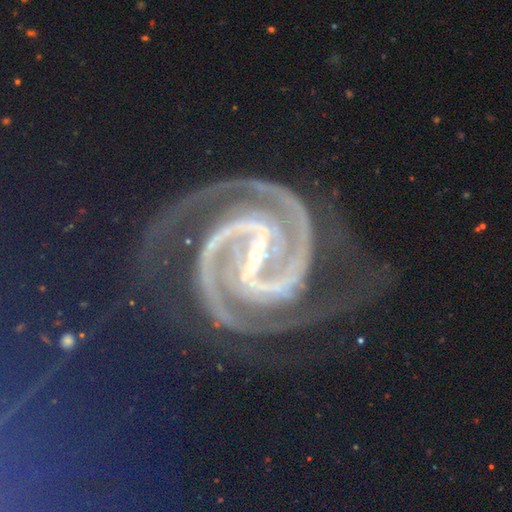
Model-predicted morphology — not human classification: Smooth or featured? featured or disk (84%)
Edge-on disk? no (97%)
Bar? strong (58%)
Spiral arms? yes (98%)
Spiral winding? tight (59%)
Spiral arm count? 2 (69%)
Bulge size? small (75%)
Merging? none (68%)